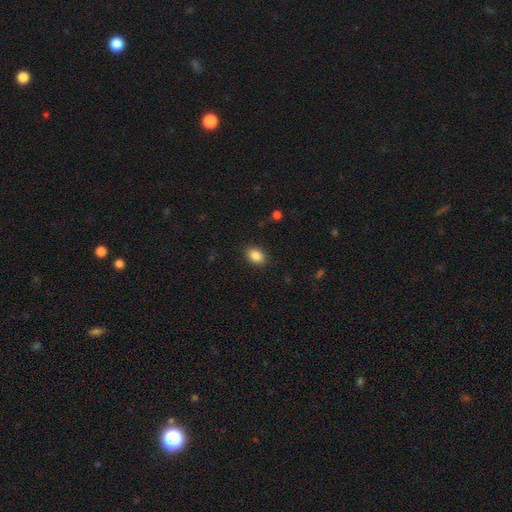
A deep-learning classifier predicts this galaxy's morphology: Smooth or featured: smooth — 87% (star or artifact — 9%)
How rounded: in between — 76% (round — 23%)
Merging: none — 88% (minor disturbance — 9%)